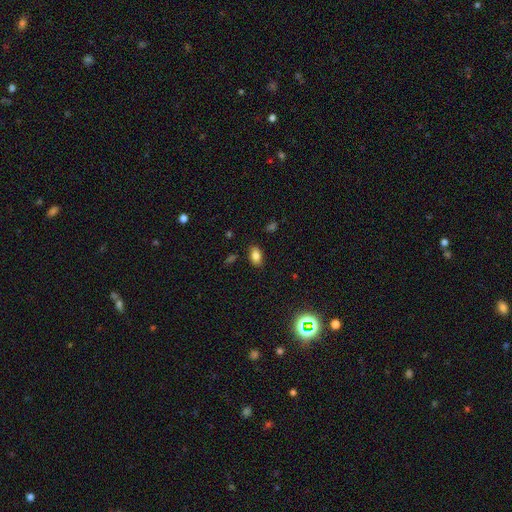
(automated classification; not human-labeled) Smooth or featured? smooth (82%)
How rounded? in between (89%)
Merging? none (84%)